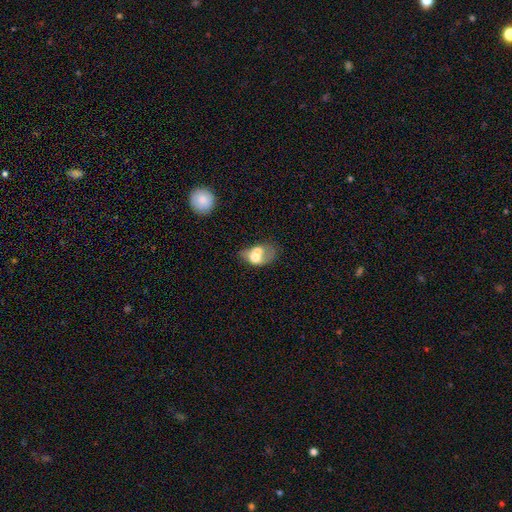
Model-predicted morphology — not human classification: A smooth galaxy with no disk features (56%) that is in between round and cigar-shaped (69%).

Vote fractions:
- Smooth or featured? smooth: 56% / featured or disk: 35% / star or artifact: 9%
- How rounded? in between: 69% / round: 29% / cigar-shaped: 2%
- Merging? merger: 64% / none: 14% / major disturbance: 12% / minor disturbance: 9%